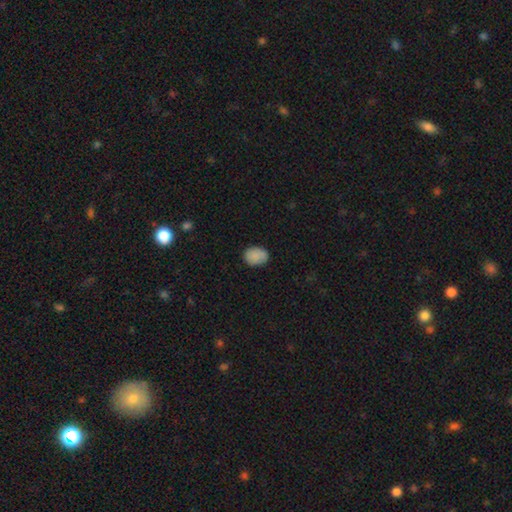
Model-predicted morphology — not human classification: Smooth or featured?
  - smooth: 87% *
  - star or artifact: 8%
  - featured or disk: 5%
How rounded?
  - in between: 63% *
  - round: 36%
  - cigar-shaped: 1%
Merging?
  - none: 82% *
  - minor disturbance: 14%
  - major disturbance: 3%
  - merger: 1%